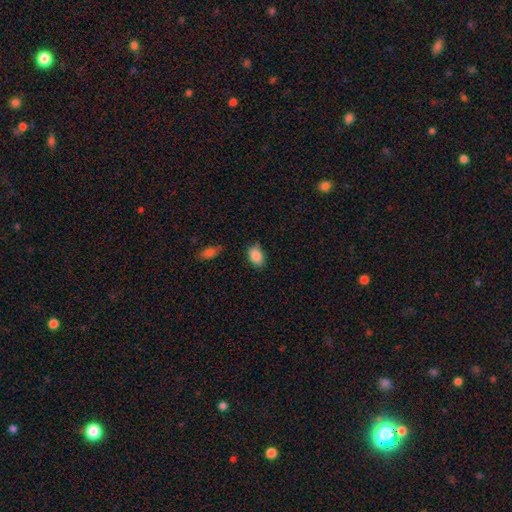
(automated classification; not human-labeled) This appears to be a smooth galaxy with no disk features (87%) that is in between round and cigar-shaped (84%). Merging: none (78%).